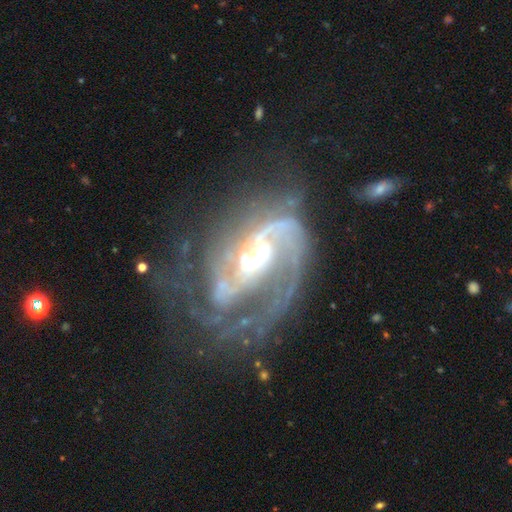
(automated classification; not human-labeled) A featured or disk galaxy (89%) with a weak bar (41%), 2 (46%) medium (47%) spiral arms (96%) and a moderate central bulge (55%).

Vote fractions:
- Smooth or featured? featured or disk: 89% / star or artifact: 6% / smooth: 5%
- Edge-on disk? no: 97% / yes: 3%
- Bar? weak: 41% / strong: 35% / no: 24%
- Spiral arms? yes: 96% / no: 4%
- Spiral winding? medium: 47% / loose: 26% / tight: 26%
- Spiral arm count? 2: 46% / 3: 16% / can't tell: 15% / 1: 13% / 4: 6% / more than 4: 5%
- Bulge size? moderate: 55% / small: 23% / large: 16% / none: 5% / dominant: 2%
- Merging? major disturbance: 39% / none: 38% / minor disturbance: 17% / merger: 6%